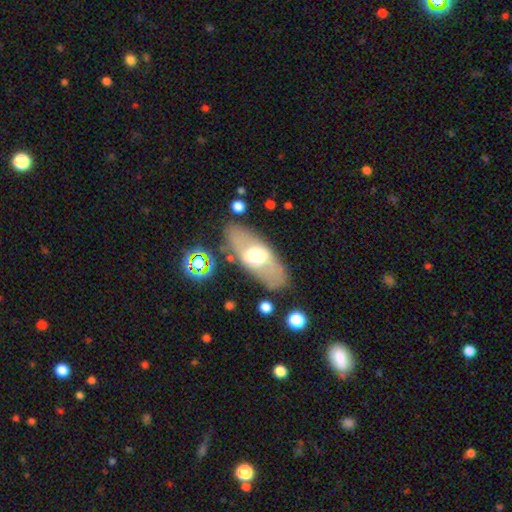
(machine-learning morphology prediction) Q: Smooth or featured?
A: smooth (49%); runner-up: featured or disk (44%)
Q: Merging?
A: none (78%); runner-up: minor disturbance (13%)